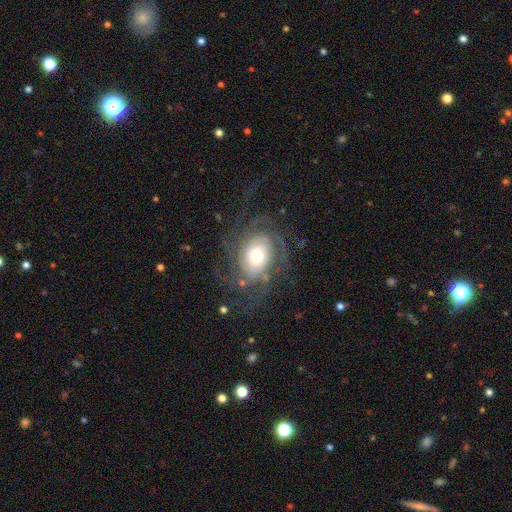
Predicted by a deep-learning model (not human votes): Q: Smooth or featured?
A: featured or disk (85%); runner-up: smooth (9%)
Q: Edge-on disk?
A: no (97%); runner-up: yes (3%)
Q: Bar?
A: no (75%); runner-up: weak (19%)
Q: Spiral arms?
A: yes (96%); runner-up: no (4%)
Q: Spiral winding?
A: tight (53%); runner-up: medium (35%)
Q: Spiral arm count?
A: can't tell (24%); tied with: 3 (24%)
Q: Bulge size?
A: moderate (50%); runner-up: large (34%)
Q: Merging?
A: none (68%); runner-up: major disturbance (16%)